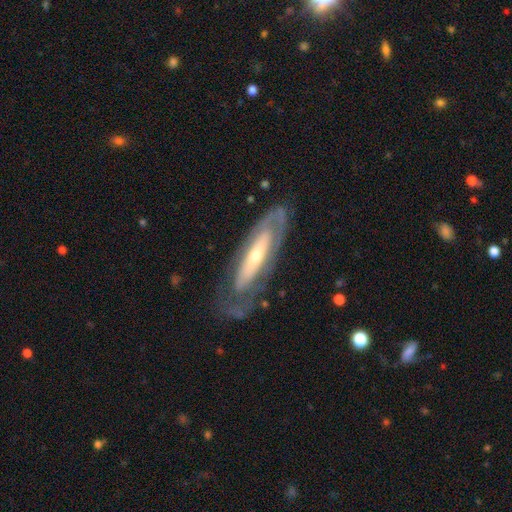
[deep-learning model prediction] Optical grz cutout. It shows a featured or disk galaxy (72%) with no bar (60%), spiral arms (58%) and a small central bulge (54%). Merging: none (66%).